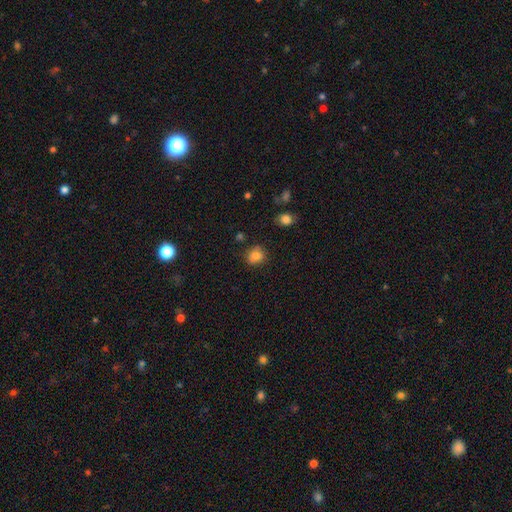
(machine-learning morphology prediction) Overall: smooth (82%). How rounded: round (69%; in between 30%). Merging: none (74%).